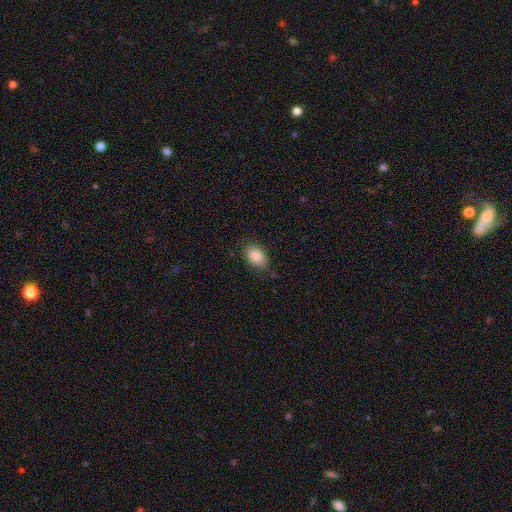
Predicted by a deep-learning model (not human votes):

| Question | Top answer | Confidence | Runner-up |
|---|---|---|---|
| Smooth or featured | smooth | 84% | featured or disk (8%) |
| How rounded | in between | 84% | round (15%) |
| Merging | none | 80% | minor disturbance (16%) |